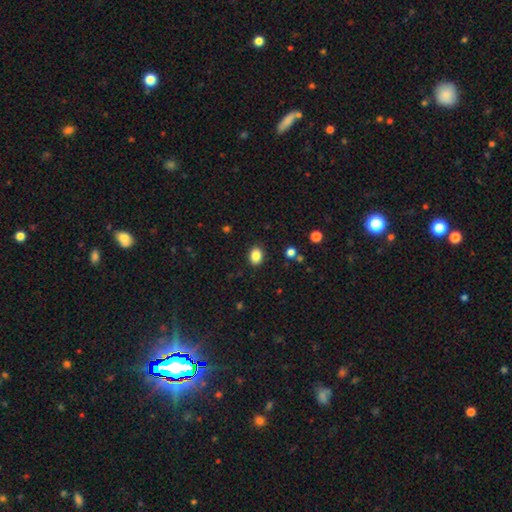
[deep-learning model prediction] Smooth or featured? Predicted: smooth (p=0.86). How rounded? Predicted: in between (p=0.65). Merging? Predicted: none (p=0.88).